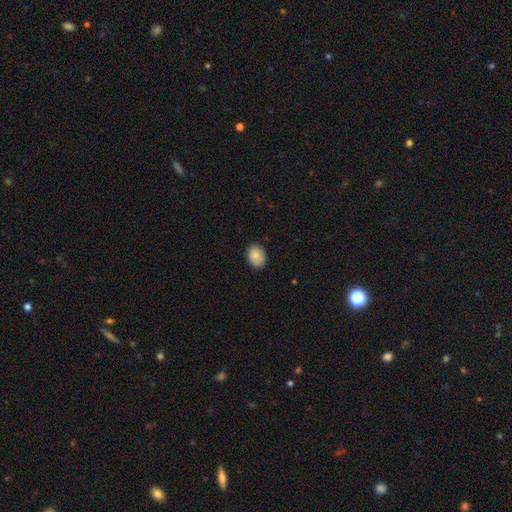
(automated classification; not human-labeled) Smooth or featured?
  - smooth: 83% *
  - featured or disk: 10%
  - star or artifact: 7%
How rounded?
  - in between: 70% *
  - round: 30%
  - cigar-shaped: 1%
Merging?
  - none: 83% *
  - minor disturbance: 14%
  - major disturbance: 2%
  - merger: 1%